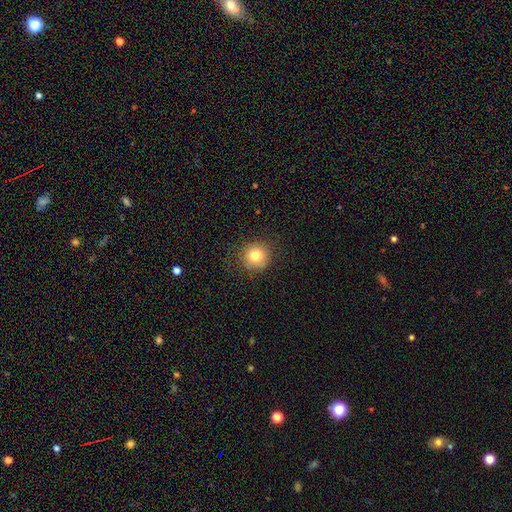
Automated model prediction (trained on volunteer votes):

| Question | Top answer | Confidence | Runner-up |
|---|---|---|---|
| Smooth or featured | smooth | 80% | star or artifact (11%) |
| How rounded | round | 91% | in between (8%) |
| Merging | none | 85% | minor disturbance (10%) |